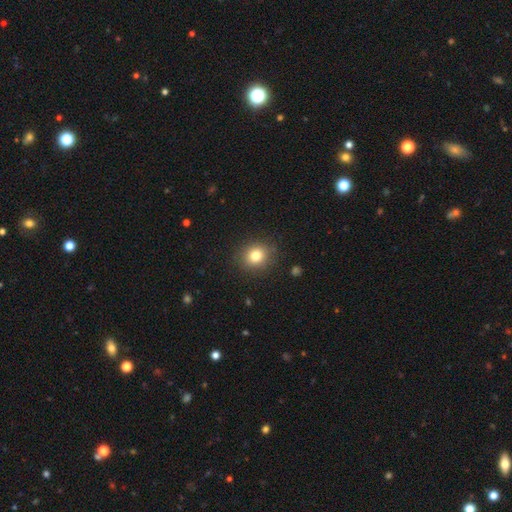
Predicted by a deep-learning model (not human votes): Smooth or featured?
  - smooth: 80% *
  - star or artifact: 12%
  - featured or disk: 8%
How rounded?
  - round: 81% *
  - in between: 19%
  - cigar-shaped: 1%
Merging?
  - none: 88% *
  - minor disturbance: 8%
  - major disturbance: 3%
  - merger: 1%